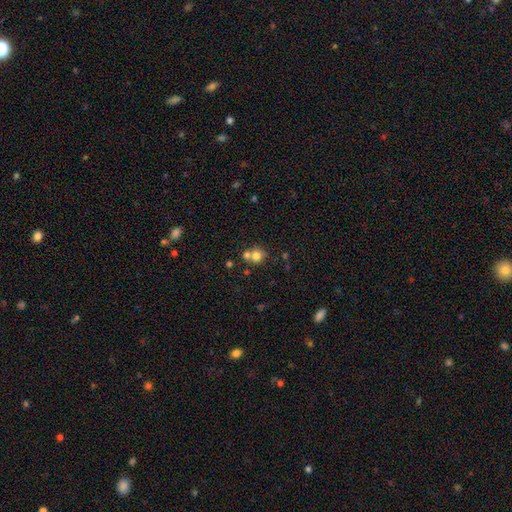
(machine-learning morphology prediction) Smooth or featured? Predicted: smooth (p=0.75). How rounded? Predicted: round (p=0.84). Merging? Predicted: none (p=0.47).